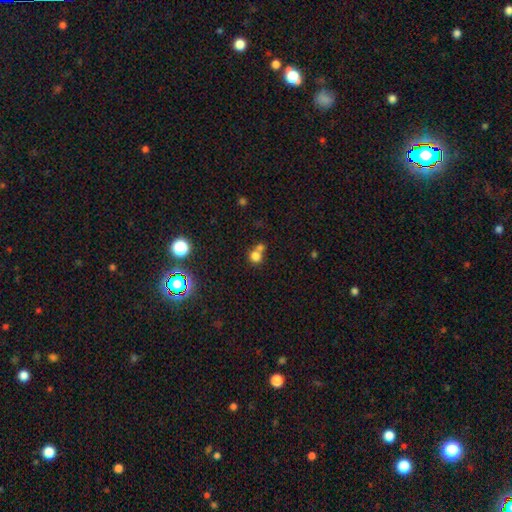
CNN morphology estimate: A smooth galaxy with no disk features (75%) that is round (83%). Merging: merger (49%).